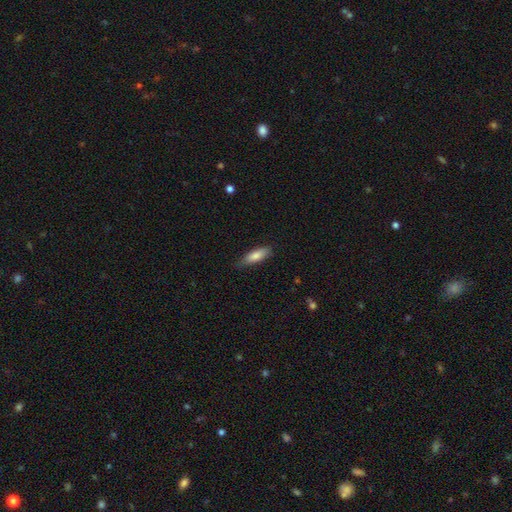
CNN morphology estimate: The model was most divided on "how rounded": cigar-shaped: 59%, in between: 40%, round: 2%. More confident: merging — none (79%); smooth or featured — smooth (78%).